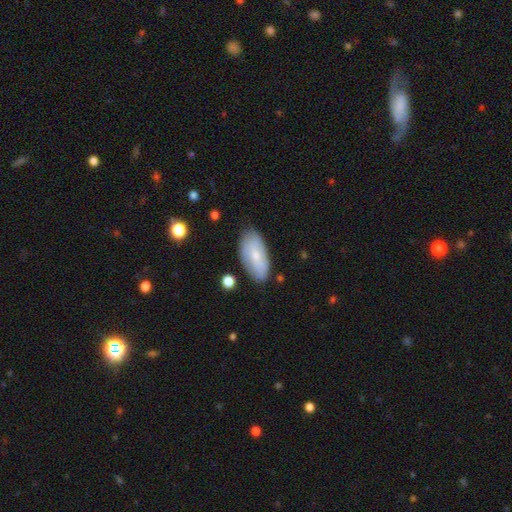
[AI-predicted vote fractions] The model was most divided on "smooth or featured": smooth: 66%, featured or disk: 28%, star or artifact: 6%. More confident: how rounded — in between (92%); merging — none (78%).